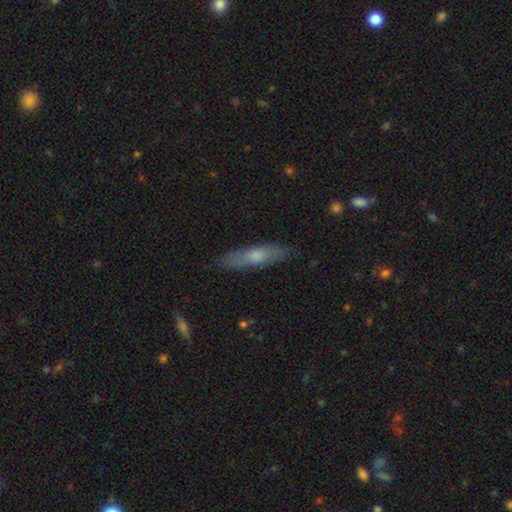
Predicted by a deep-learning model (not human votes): Smooth or featured? Predicted: smooth (p=0.59). How rounded? Predicted: cigar-shaped (p=0.77). Merging? Predicted: none (p=0.83).